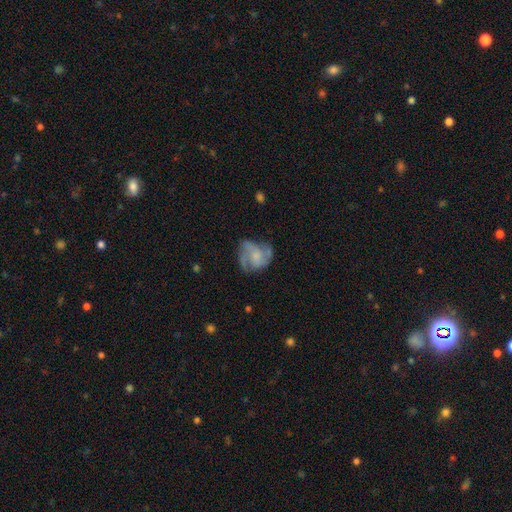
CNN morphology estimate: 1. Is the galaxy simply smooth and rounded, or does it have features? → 69% featured or disk, 24% smooth, 7% star or artifact.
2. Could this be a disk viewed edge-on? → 98% no, 2% yes.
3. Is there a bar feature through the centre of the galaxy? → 66% no, 29% weak, 5% strong.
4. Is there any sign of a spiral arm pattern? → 87% yes, 13% no.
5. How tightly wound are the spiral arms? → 50% medium, 27% tight, 23% loose.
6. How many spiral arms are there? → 45% 3, 23% 2, 16% can't tell, 8% 4, 4% 1, 4% more than 4.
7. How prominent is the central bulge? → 39% small, 31% moderate, 23% none, 6% large, 2% dominant.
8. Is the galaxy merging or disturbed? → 56% none, 23% minor disturbance, 18% major disturbance, 2% merger.